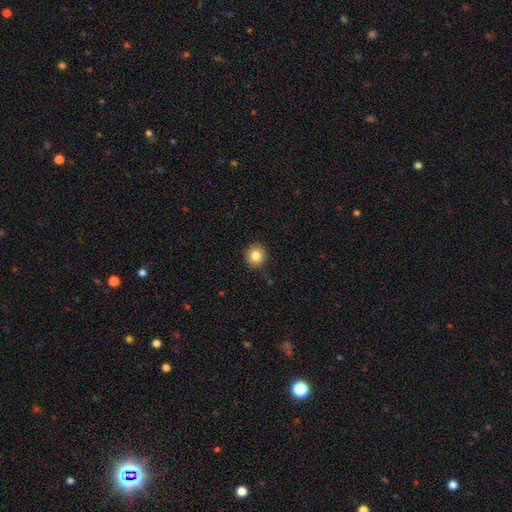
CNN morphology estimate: Smooth or featured: smooth — 83% (star or artifact — 10%)
How rounded: round — 91% (in between — 8%)
Merging: none — 90% (minor disturbance — 7%)